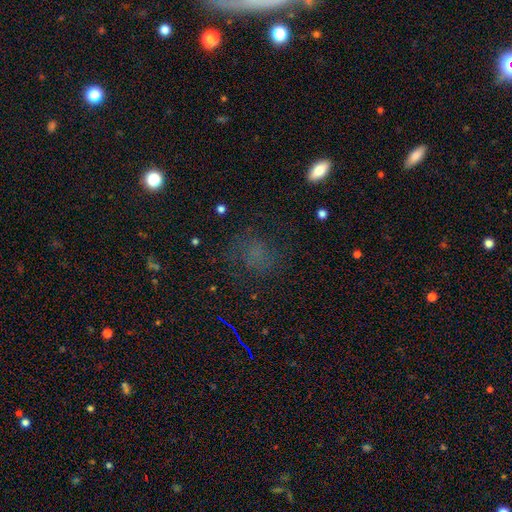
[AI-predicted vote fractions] smooth-or-featured: smooth: 52% | star or artifact: 31% | featured or disk: 17%
  how-rounded: round: 66% | in between: 32% | cigar-shaped: 2%
  merging: none: 68% | minor disturbance: 18% | major disturbance: 12% | merger: 2%